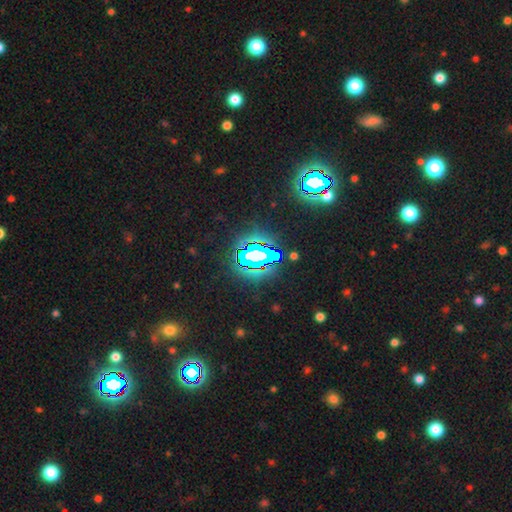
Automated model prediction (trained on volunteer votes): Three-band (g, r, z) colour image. It shows a star or artifact, not a galaxy (79%).